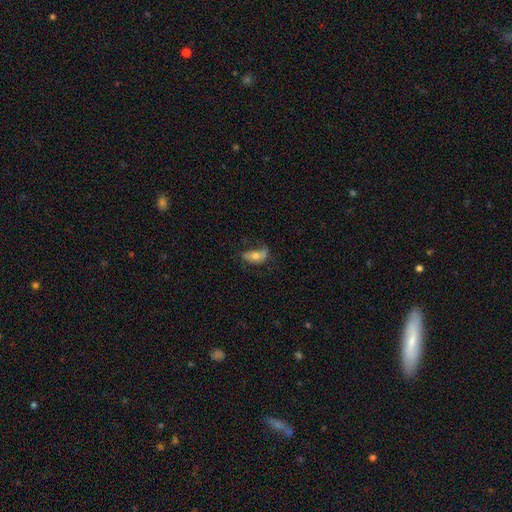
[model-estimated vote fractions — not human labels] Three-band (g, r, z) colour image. It shows a smooth galaxy with no disk features (50%). Merging: none (47%).